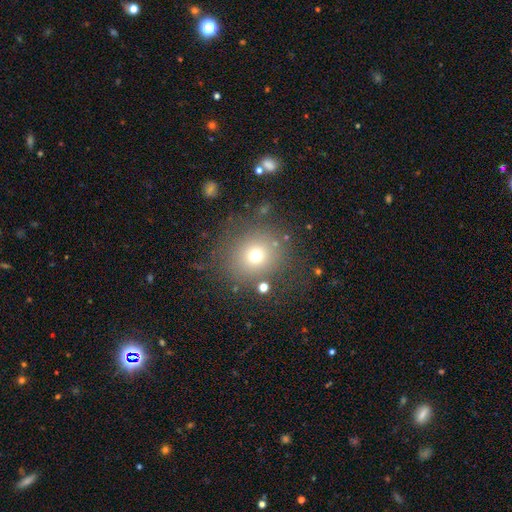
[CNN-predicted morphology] A smooth galaxy with no disk features (68%) that is round (85%). Merging: none (77%).